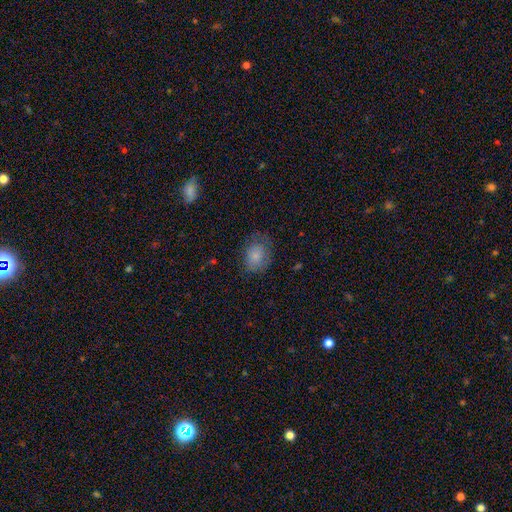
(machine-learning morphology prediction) This is likely a smooth galaxy (78%). How rounded: likely in between (63%). Merging: likely none (61%).